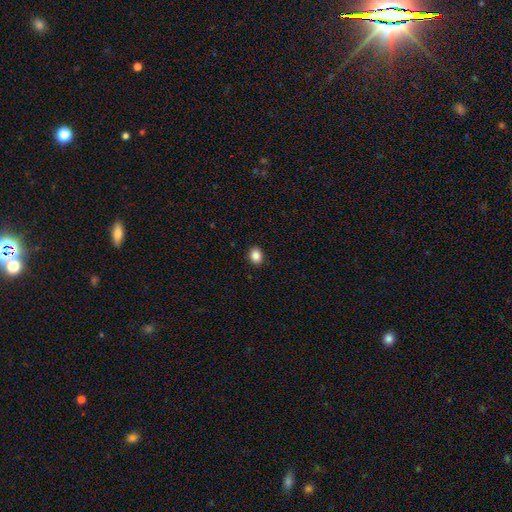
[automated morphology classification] Smooth or featured: smooth — 87% (star or artifact — 10%)
How rounded: in between — 51% (round — 48%)
Merging: none — 91% (minor disturbance — 6%)